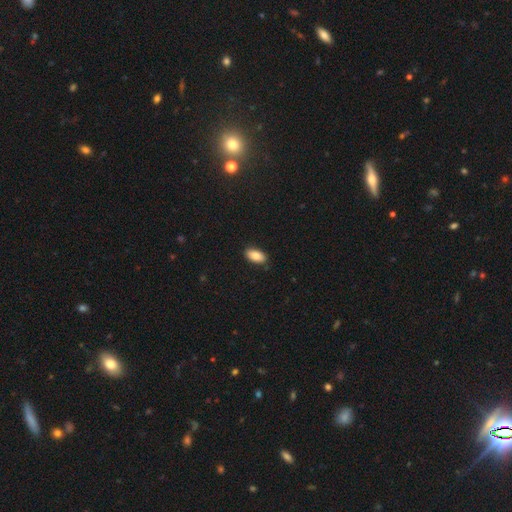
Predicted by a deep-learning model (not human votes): Smooth or featured: smooth — 87% (star or artifact — 7%)
How rounded: in between — 93% (cigar-shaped — 4%)
Merging: none — 87% (minor disturbance — 10%)